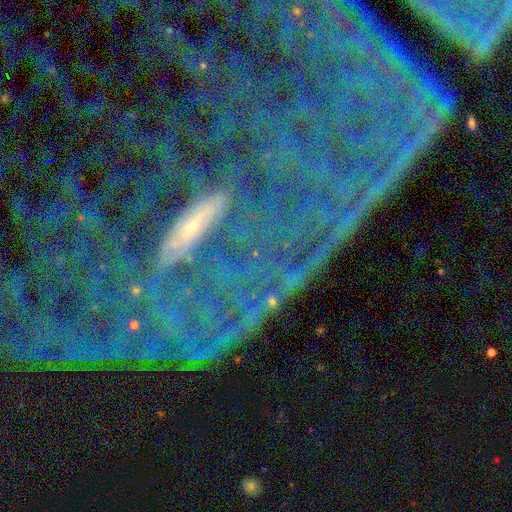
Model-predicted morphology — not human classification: smooth_or_featured: star or artifact (p=0.44) [alt: featured or disk p=0.43]